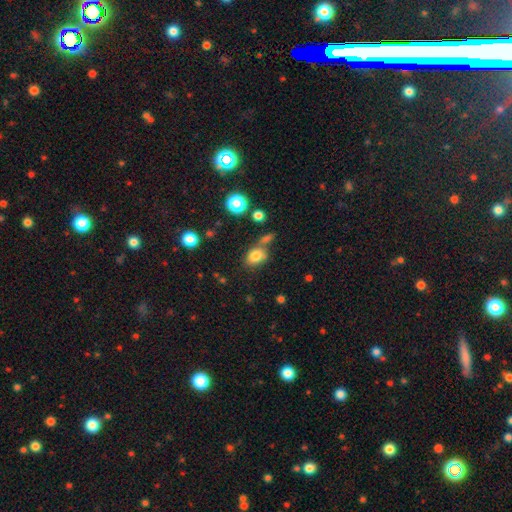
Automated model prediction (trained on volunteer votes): Smooth or featured? smooth (81%)
How rounded? in between (64%)
Merging? none (57%)